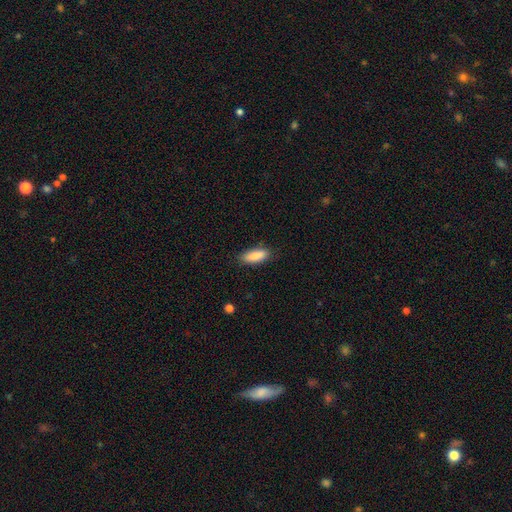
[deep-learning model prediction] Smooth or featured? smooth (88%)
How rounded? in between (68%)
Merging? none (84%)